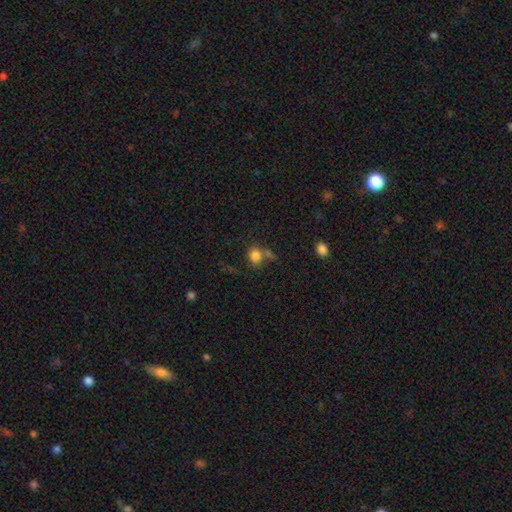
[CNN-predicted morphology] smooth-or-featured: smooth: 80% | star or artifact: 13% | featured or disk: 7%
  how-rounded: round: 65% | in between: 33% | cigar-shaped: 1%
  merging: none: 56% | merger: 20% | minor disturbance: 16% | major disturbance: 8%